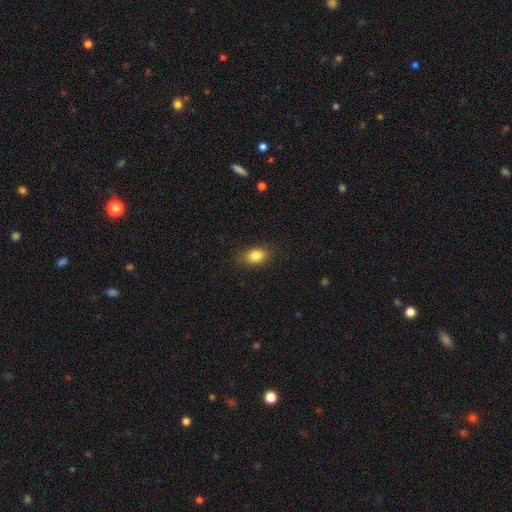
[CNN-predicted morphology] smooth_or_featured: smooth (p=0.84) [alt: star or artifact p=0.09]
how_rounded: in between (p=0.79) [alt: round p=0.18]
merging: none (p=0.85) [alt: minor disturbance p=0.11]